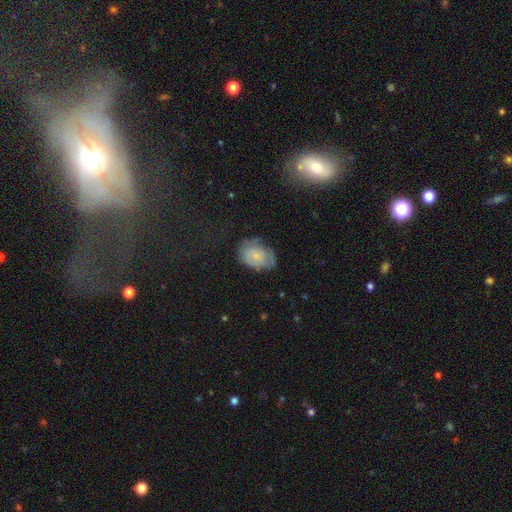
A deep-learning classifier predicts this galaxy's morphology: This is possibly a smooth galaxy (58%). How rounded: likely in between (78%). Merging: possibly none (54%).